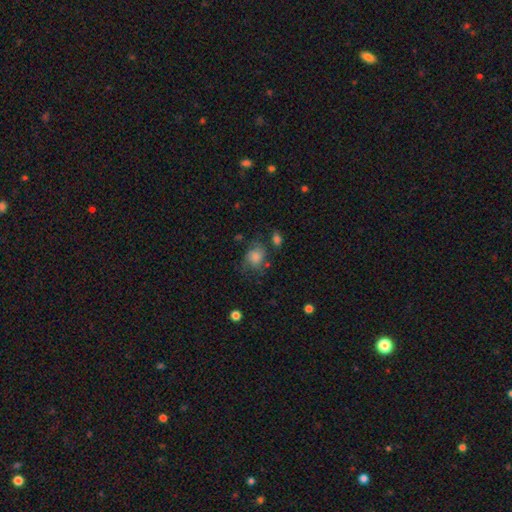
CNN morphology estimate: type=smooth (61%); roundness=round (54%); merging=none (49%).